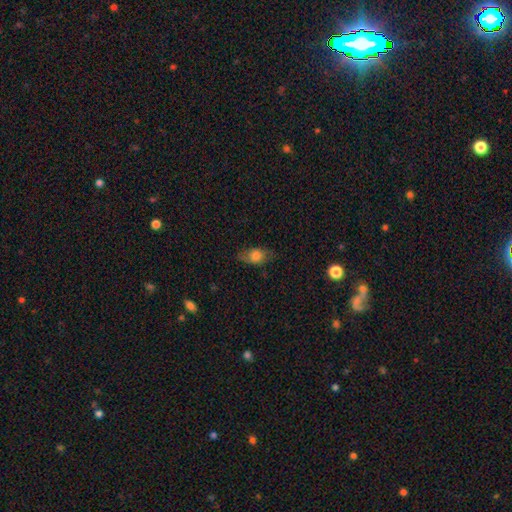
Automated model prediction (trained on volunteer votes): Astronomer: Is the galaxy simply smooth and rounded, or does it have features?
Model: smooth — 68%.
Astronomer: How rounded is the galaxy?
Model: in between — 77%.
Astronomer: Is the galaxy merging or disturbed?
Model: none — 67%.